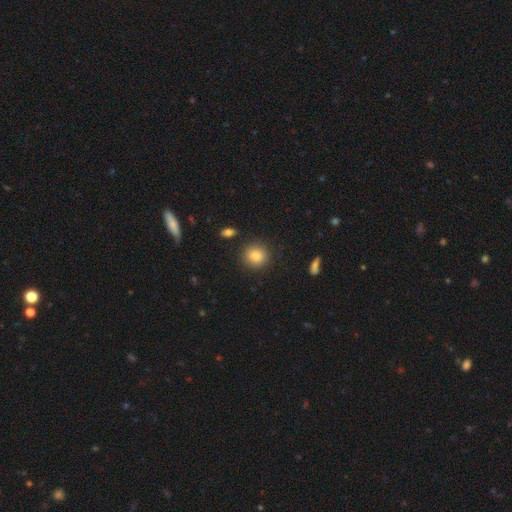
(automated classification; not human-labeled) Overall: smooth (83%). How rounded: round (89%). Merging: none (89%).